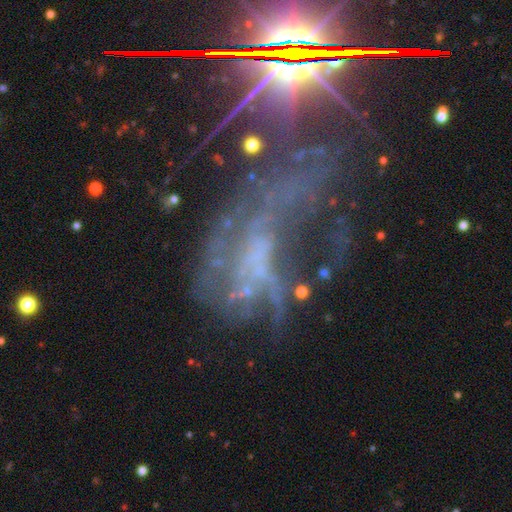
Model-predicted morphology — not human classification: A featured or disk galaxy (59%) with no bar (70%), spiral arms (54%) and no central bulge (65%). Merging: major disturbance (50%).